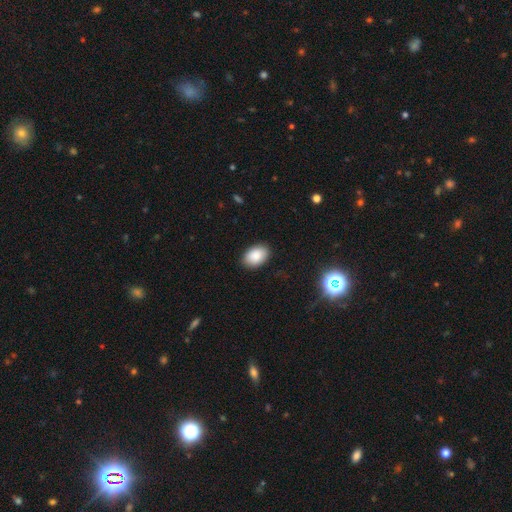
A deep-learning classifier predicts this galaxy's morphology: Smooth or featured? Predicted: smooth (p=0.87). How rounded? Predicted: in between (p=0.88). Merging? Predicted: none (p=0.89).